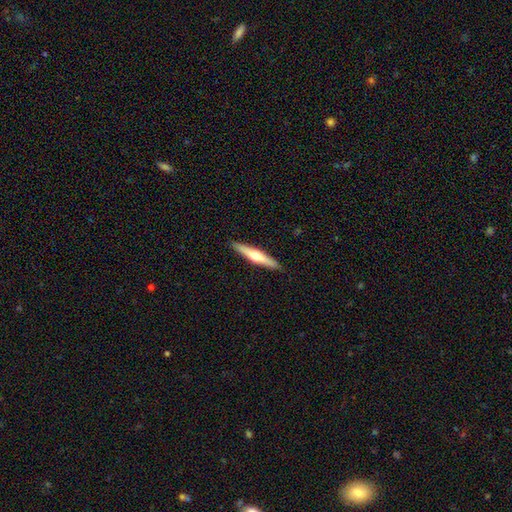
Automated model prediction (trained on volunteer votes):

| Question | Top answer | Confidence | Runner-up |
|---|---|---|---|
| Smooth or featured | featured or disk | 51% | smooth (44%) |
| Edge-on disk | yes | 96% | no (4%) |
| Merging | none | 91% | minor disturbance (7%) |